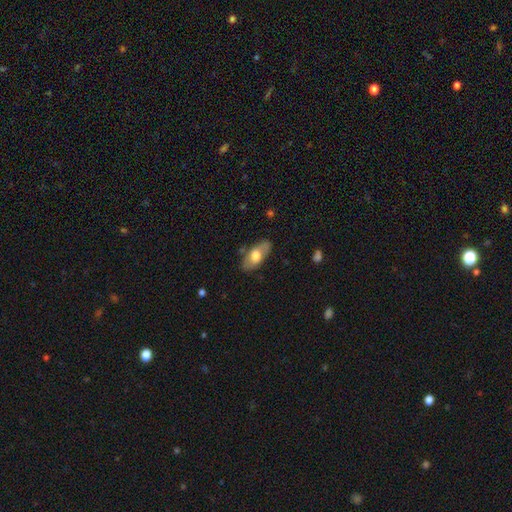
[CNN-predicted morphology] smooth_or_featured: smooth (p=0.56) [alt: featured or disk p=0.38]
how_rounded: in between (p=0.89) [alt: cigar-shaped p=0.08]
merging: none (p=0.78) [alt: minor disturbance p=0.16]